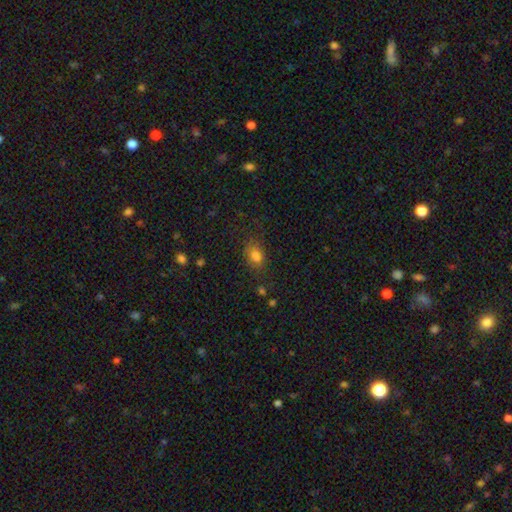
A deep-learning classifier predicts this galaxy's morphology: Overall: smooth (79%). How rounded: in between (73%). Merging: none (72%).